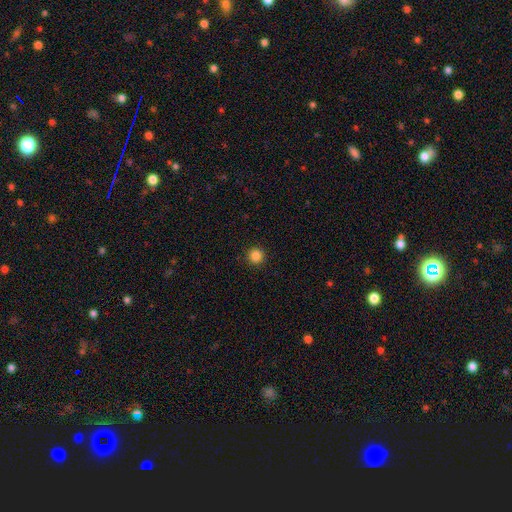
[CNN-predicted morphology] smooth_or_featured: smooth (p=0.85) [alt: star or artifact p=0.11]
how_rounded: round (p=0.96) [alt: in between p=0.03]
merging: none (p=0.93) [alt: minor disturbance p=0.04]